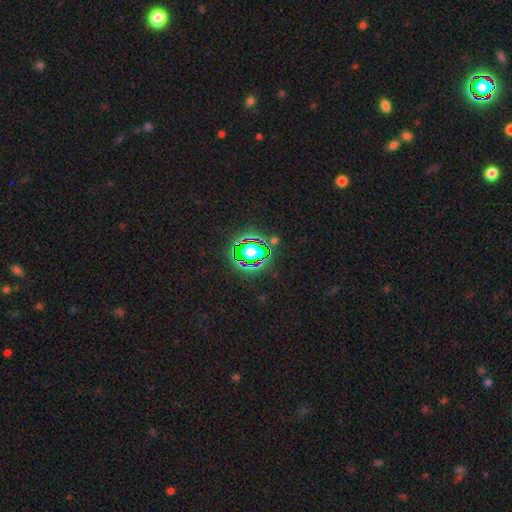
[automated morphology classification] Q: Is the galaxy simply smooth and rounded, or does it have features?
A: star or artifact — 76%.